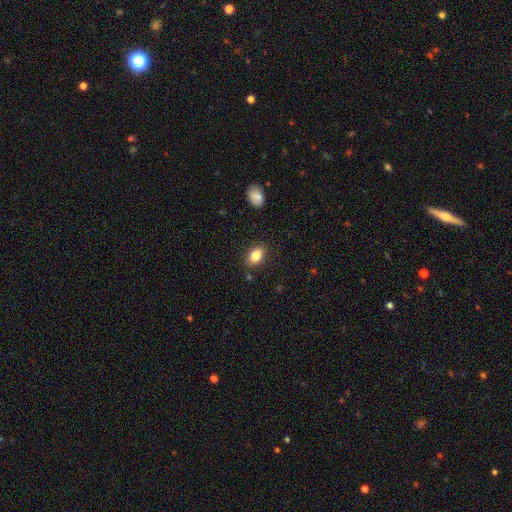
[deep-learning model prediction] A smooth galaxy with no disk features (83%) that is in between round and cigar-shaped (83%). Merging: none (86%).